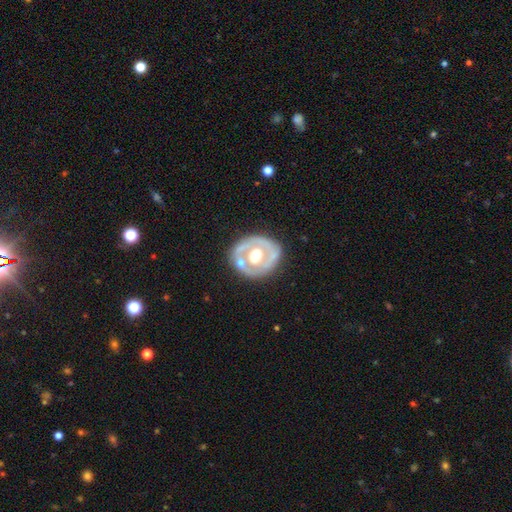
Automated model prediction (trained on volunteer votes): Q: Smooth or featured?
A: featured or disk (66%); runner-up: smooth (29%)
Q: Edge-on disk?
A: no (95%); runner-up: yes (5%)
Q: Bar?
A: no (79%); runner-up: weak (15%)
Q: Spiral arms?
A: no (80%); runner-up: yes (20%)
Q: Bulge size?
A: moderate (60%); runner-up: large (33%)
Q: Merging?
A: none (68%); runner-up: minor disturbance (18%)